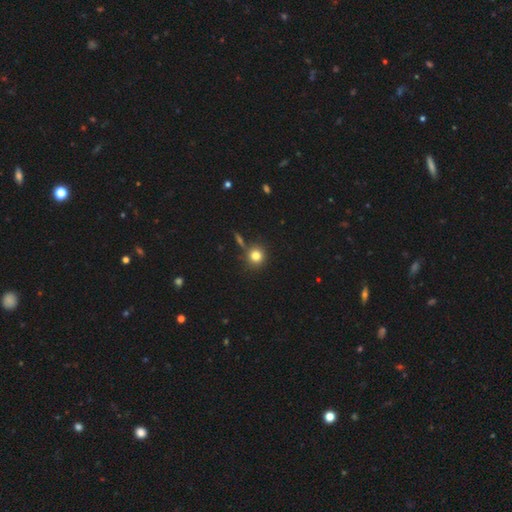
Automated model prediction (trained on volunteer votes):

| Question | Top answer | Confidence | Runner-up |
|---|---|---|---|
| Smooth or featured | smooth | 80% | star or artifact (13%) |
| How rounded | round | 90% | in between (9%) |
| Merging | none | 77% | merger (10%) |